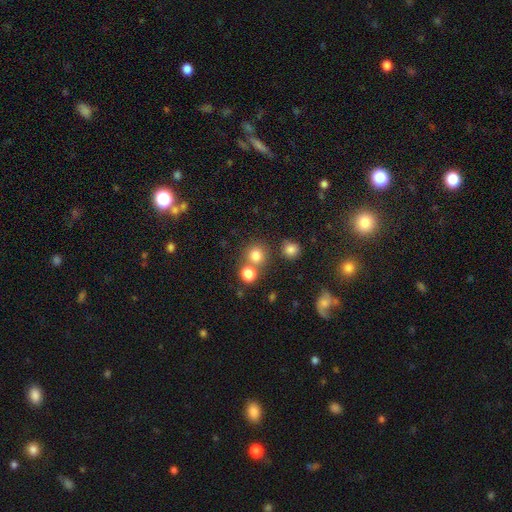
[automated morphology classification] Smooth or featured? smooth (78%)
How rounded? round (89%)
Merging? none (66%)